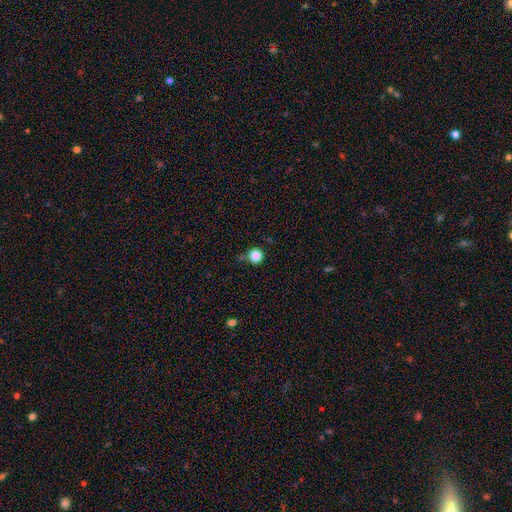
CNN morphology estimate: The model was most divided on "merging": none: 79%, minor disturbance: 11%, merger: 7%, major disturbance: 3%. More confident: how rounded — round (95%); smooth or featured — smooth (84%).